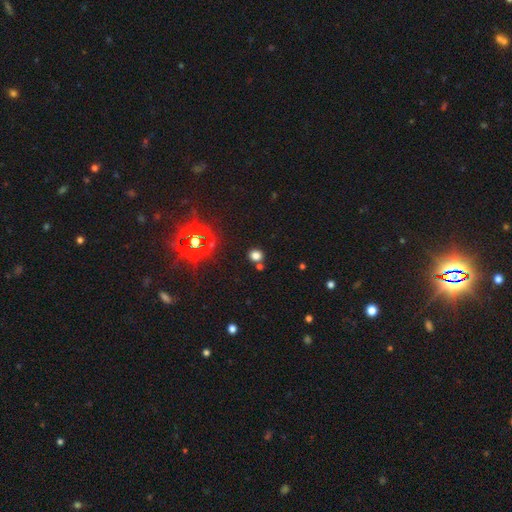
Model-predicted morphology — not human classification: Smooth or featured? smooth (68%)
How rounded? round (80%)
Merging? none (78%)